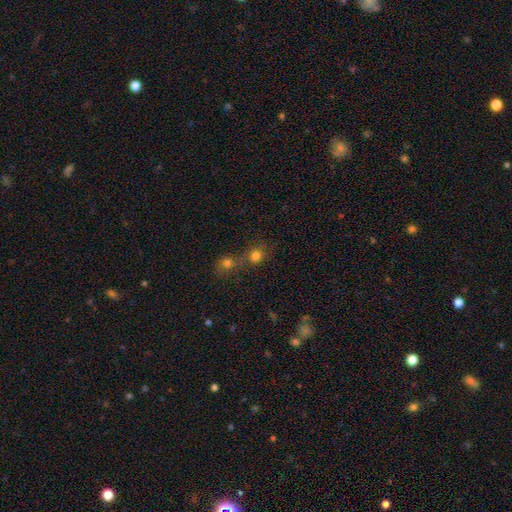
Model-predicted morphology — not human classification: A smooth galaxy with no disk features (78%) that is round (83%). Merging: merger (48%).